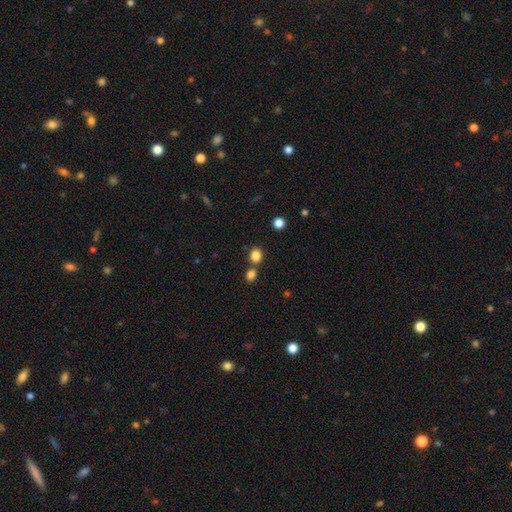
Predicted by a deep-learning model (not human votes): smooth-or-featured: smooth: 84% | star or artifact: 12% | featured or disk: 5%
  how-rounded: round: 71% | in between: 28% | cigar-shaped: 1%
  merging: none: 63% | merger: 25% | minor disturbance: 9% | major disturbance: 3%